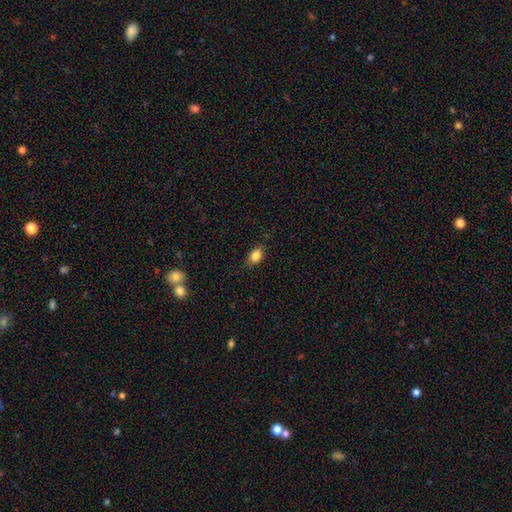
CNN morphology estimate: Smooth or featured?
  - smooth: 84% *
  - star or artifact: 9%
  - featured or disk: 6%
How rounded?
  - in between: 78% *
  - round: 20%
  - cigar-shaped: 2%
Merging?
  - none: 82% *
  - minor disturbance: 14%
  - major disturbance: 3%
  - merger: 1%